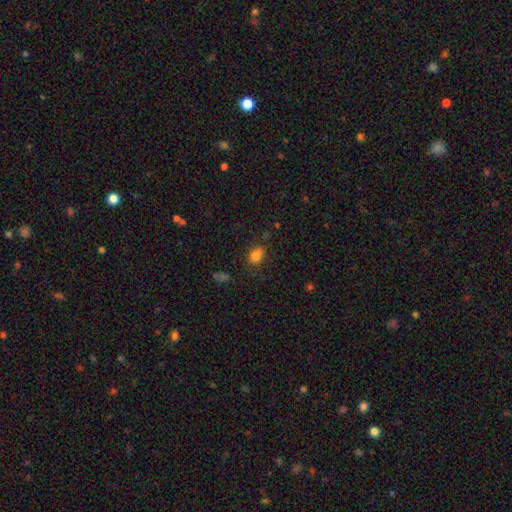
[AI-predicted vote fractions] The model was most divided on "how rounded": in between: 54%, round: 45%, cigar-shaped: 1%. More confident: smooth or featured — smooth (80%); merging — none (71%).